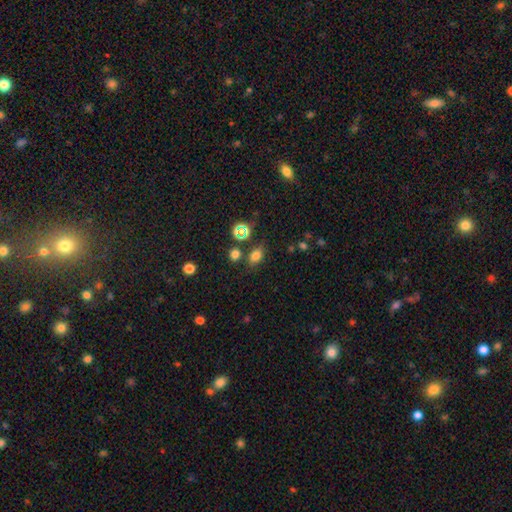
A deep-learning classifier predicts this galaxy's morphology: The model was most divided on "how rounded": in between: 73%, round: 24%, cigar-shaped: 3%. More confident: merging — none (72%); smooth or featured — smooth (71%).